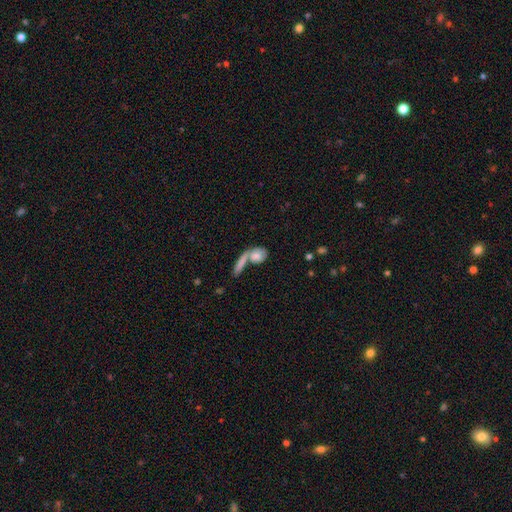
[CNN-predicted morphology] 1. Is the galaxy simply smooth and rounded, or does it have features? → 73% smooth, 20% featured or disk, 7% star or artifact.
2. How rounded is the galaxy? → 46% in between, 36% round, 18% cigar-shaped.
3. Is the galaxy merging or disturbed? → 42% none, 41% merger, 10% minor disturbance, 7% major disturbance.